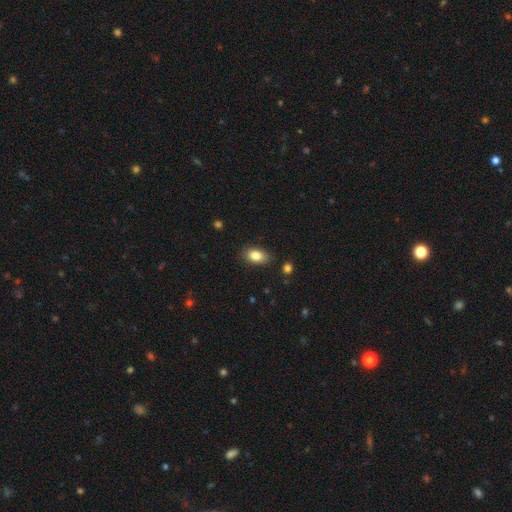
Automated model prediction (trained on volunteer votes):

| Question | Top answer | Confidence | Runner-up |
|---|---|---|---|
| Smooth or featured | smooth | 86% | star or artifact (8%) |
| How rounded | in between | 90% | round (7%) |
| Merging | none | 86% | minor disturbance (11%) |